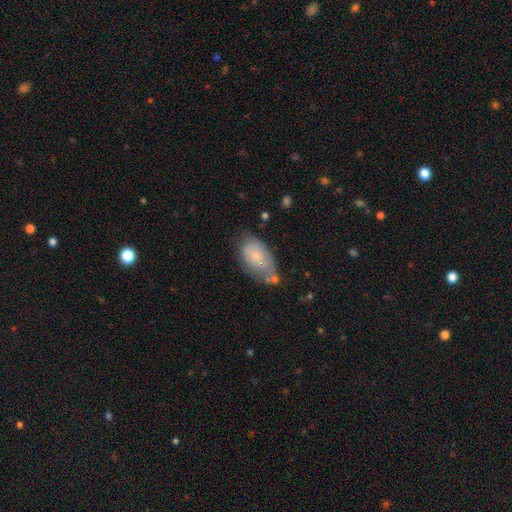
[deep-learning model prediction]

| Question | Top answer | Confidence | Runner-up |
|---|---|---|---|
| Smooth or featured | smooth | 61% | featured or disk (30%) |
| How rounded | in between | 92% | round (5%) |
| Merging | none | 46% | minor disturbance (32%) |